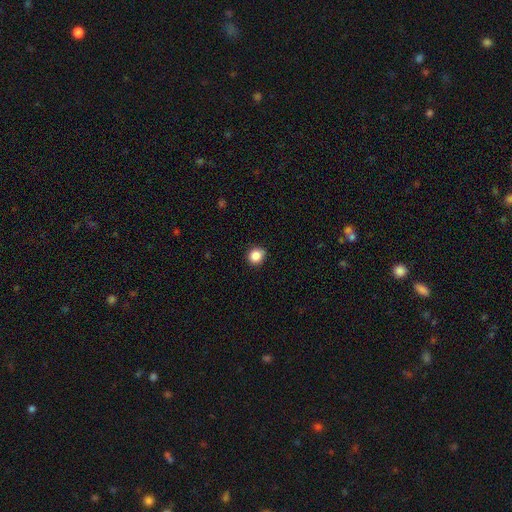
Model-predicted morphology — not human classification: Smooth or featured? Predicted: smooth (p=0.86). How rounded? Predicted: round (p=0.84). Merging? Predicted: none (p=0.87).